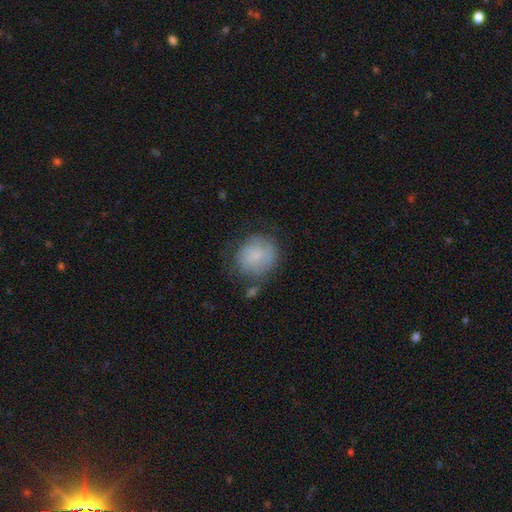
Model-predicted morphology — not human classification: smooth_or_featured: smooth (p=0.55) [alt: featured or disk p=0.36]
how_rounded: round (p=0.77) [alt: in between p=0.22]
merging: none (p=0.58) [alt: minor disturbance p=0.24]